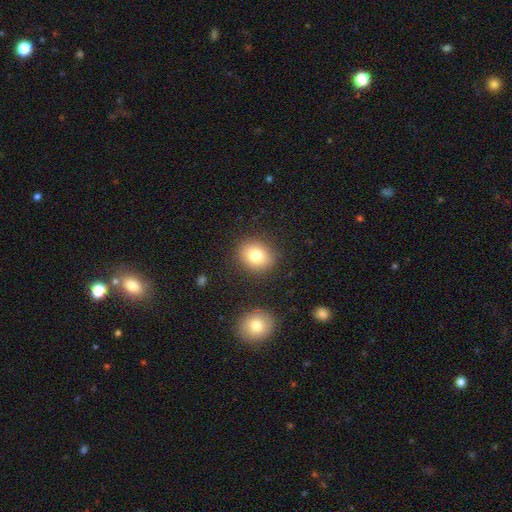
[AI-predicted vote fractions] A smooth galaxy with no disk features (80%) that is round (62%). Merging: none (86%).